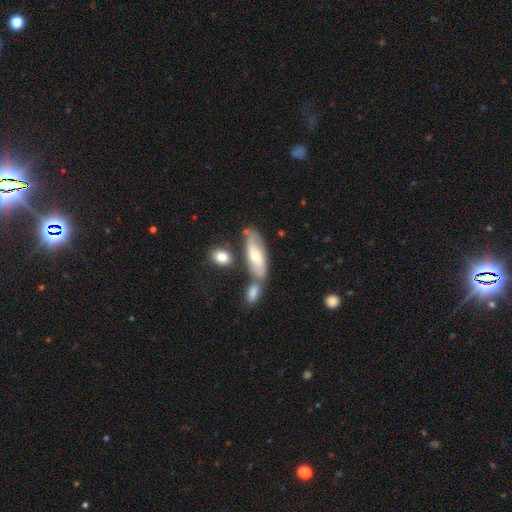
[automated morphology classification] Smooth or featured? Predicted: featured or disk (p=0.47). Merging? Predicted: none (p=0.53).